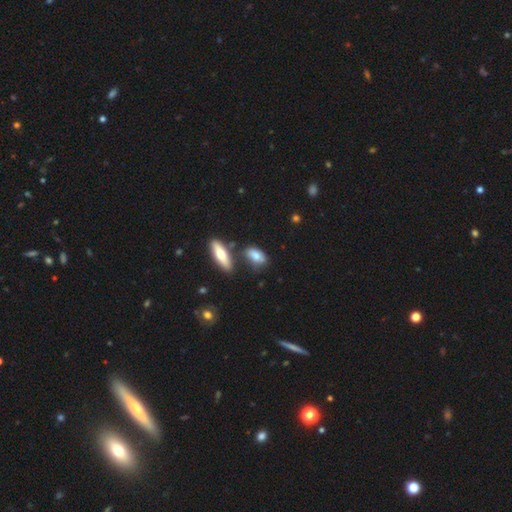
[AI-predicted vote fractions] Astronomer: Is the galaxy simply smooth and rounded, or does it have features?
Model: smooth — 80%.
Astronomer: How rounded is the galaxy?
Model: in between — 84%.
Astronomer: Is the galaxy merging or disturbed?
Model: none — 60%.